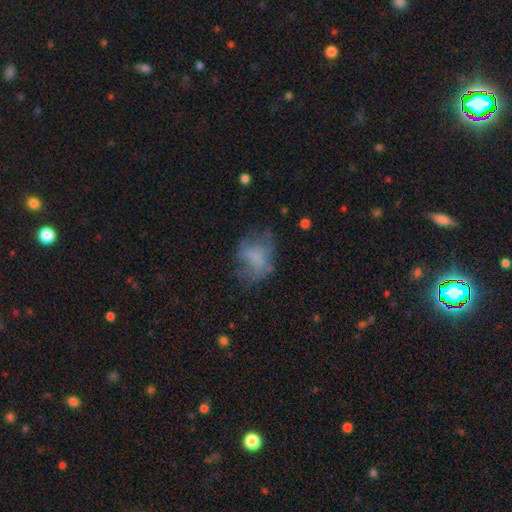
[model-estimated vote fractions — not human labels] smooth_or_featured: smooth (p=0.55) [alt: featured or disk p=0.32]
how_rounded: in between (p=0.65) [alt: round p=0.33]
merging: none (p=0.47) [alt: minor disturbance p=0.26]